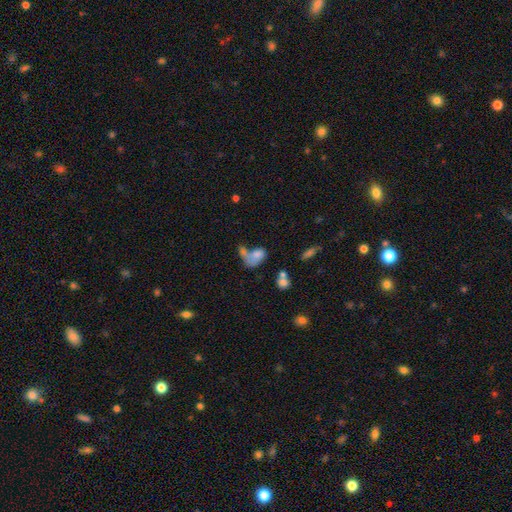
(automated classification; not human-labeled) smooth_or_featured: smooth (p=0.64) [alt: featured or disk p=0.25]
how_rounded: in between (p=0.80) [alt: round p=0.17]
merging: merger (p=0.47) [alt: major disturbance p=0.23]